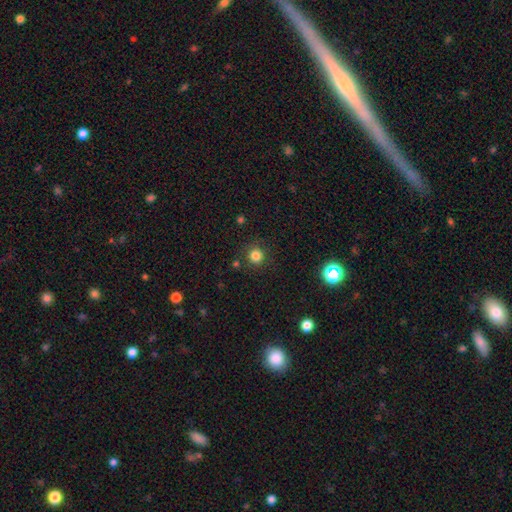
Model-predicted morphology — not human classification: smooth 81%, star or artifact 14%, featured or disk 5%. Down the decision tree: how rounded — round (94%); merging — none (88%).